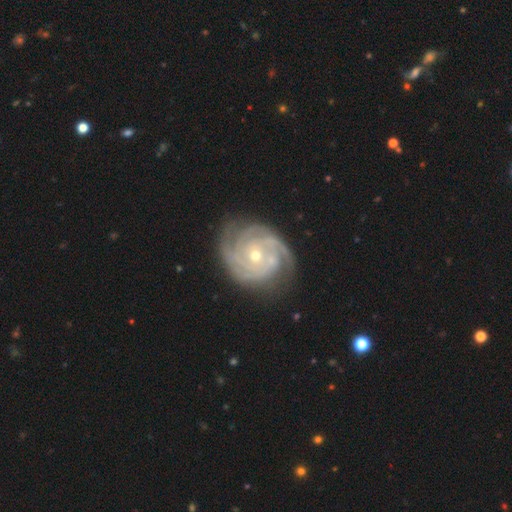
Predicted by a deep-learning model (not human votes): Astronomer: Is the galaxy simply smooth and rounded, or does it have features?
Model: featured or disk — 91%.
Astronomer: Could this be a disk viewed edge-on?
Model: no — 98%.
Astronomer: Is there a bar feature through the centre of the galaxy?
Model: no — 74%.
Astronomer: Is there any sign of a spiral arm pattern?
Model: yes — 98%.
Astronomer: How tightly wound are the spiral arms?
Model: tight — 74%.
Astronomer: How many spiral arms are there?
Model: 3 — 37% (runner-up: 4, 21%).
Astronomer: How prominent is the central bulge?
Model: small — 53% (runner-up: moderate, 44%).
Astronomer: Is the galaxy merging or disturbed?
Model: none — 77%.